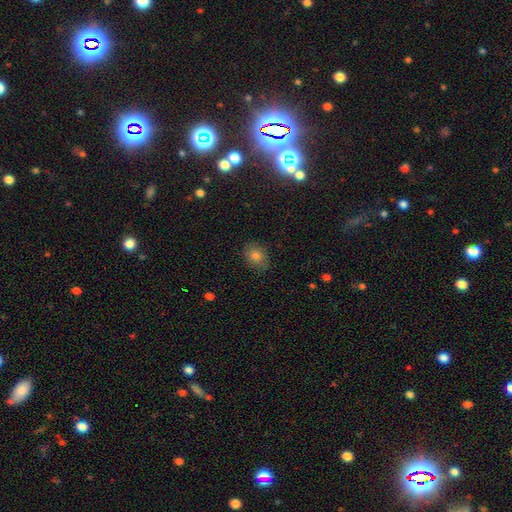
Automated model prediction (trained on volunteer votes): smooth-or-featured: smooth: 76% | star or artifact: 14% | featured or disk: 10%
  how-rounded: in between: 53% | round: 46% | cigar-shaped: 1%
  merging: none: 80% | minor disturbance: 15% | major disturbance: 3% | merger: 1%